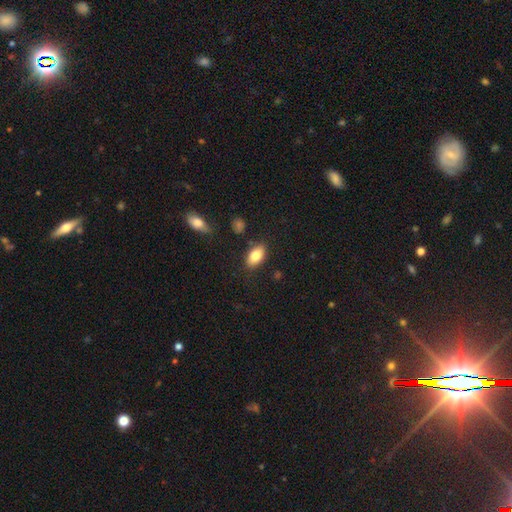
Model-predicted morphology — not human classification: smooth-or-featured: smooth: 81% | featured or disk: 12% | star or artifact: 7%
  how-rounded: in between: 91% | round: 5% | cigar-shaped: 4%
  merging: none: 84% | minor disturbance: 11% | major disturbance: 3% | merger: 2%